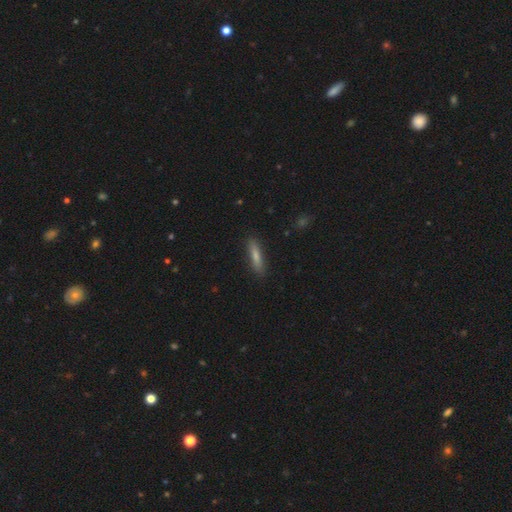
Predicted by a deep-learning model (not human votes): Morphology: type=smooth (66%); roundness=cigar-shaped (81%); merging=none (88%).